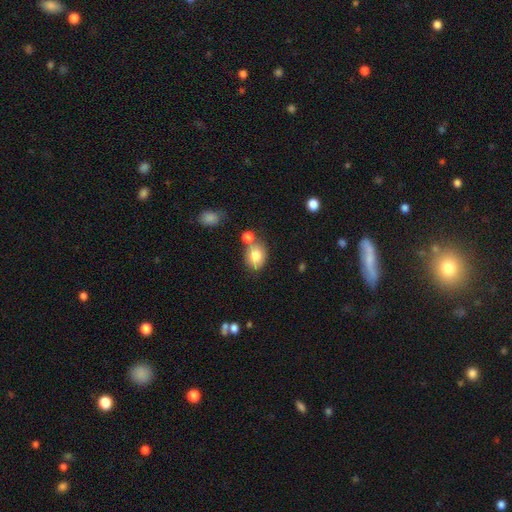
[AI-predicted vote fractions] This is likely a smooth galaxy (79%). How rounded: likely in between (62%). Merging: possibly none (59%).